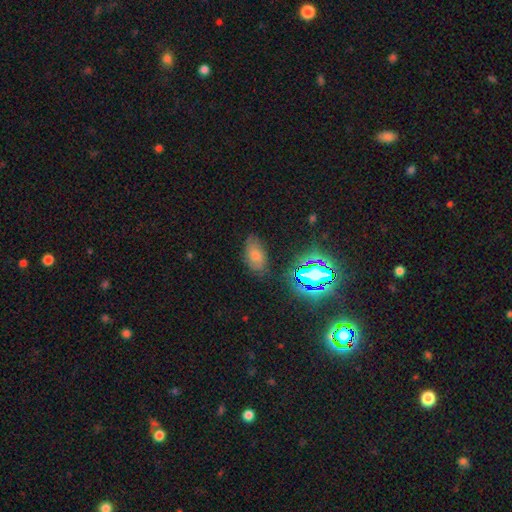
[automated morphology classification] The model was most divided on "smooth or featured": smooth: 44%, star or artifact: 37%, featured or disk: 19%. More confident: merging — none (78%).